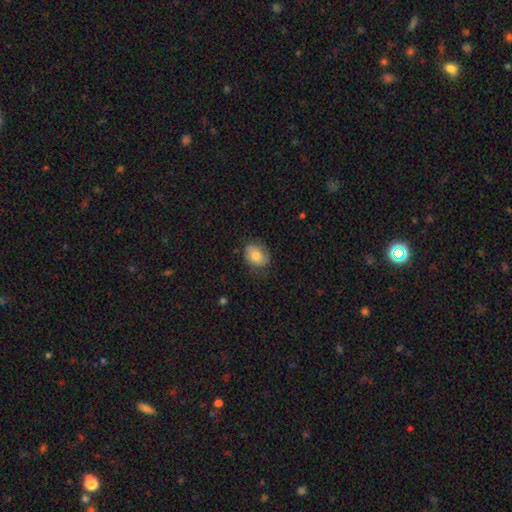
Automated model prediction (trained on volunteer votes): Morphology: type=smooth (69%); roundness=in between (60%); merging=none (68%).